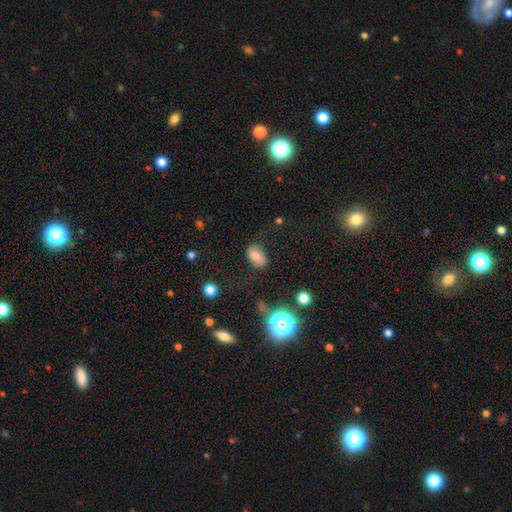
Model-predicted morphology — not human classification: A smooth galaxy with no disk features (70%) that is in between round and cigar-shaped (83%). Merging: none (73%).